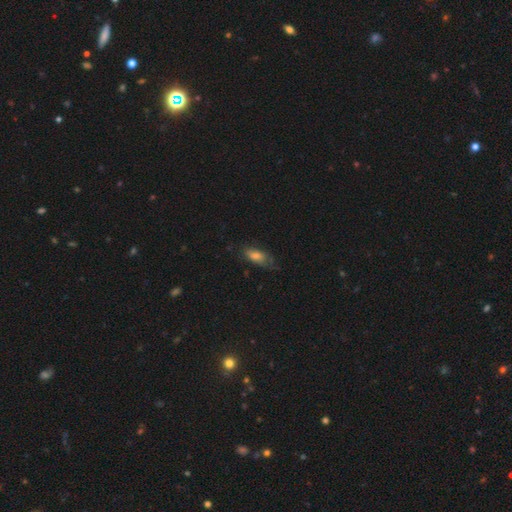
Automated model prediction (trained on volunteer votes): Smooth or featured?
  - smooth: 63% *
  - featured or disk: 24%
  - star or artifact: 13%
How rounded?
  - in between: 76% *
  - cigar-shaped: 21%
  - round: 4%
Merging?
  - none: 60% *
  - minor disturbance: 27%
  - major disturbance: 12%
  - merger: 2%